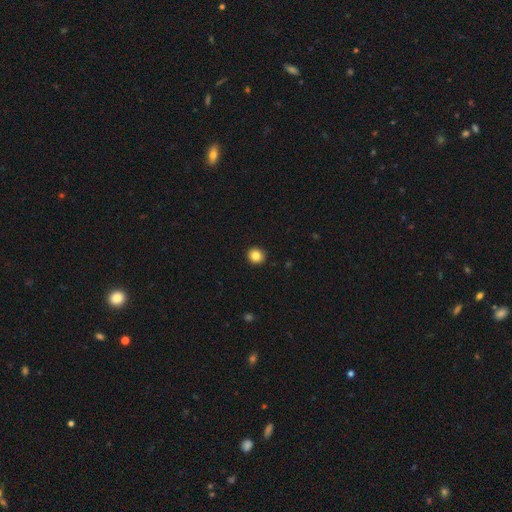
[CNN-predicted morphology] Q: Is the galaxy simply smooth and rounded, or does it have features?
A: smooth — 85%.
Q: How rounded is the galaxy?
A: round — 92%.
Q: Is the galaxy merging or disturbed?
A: none — 93%.